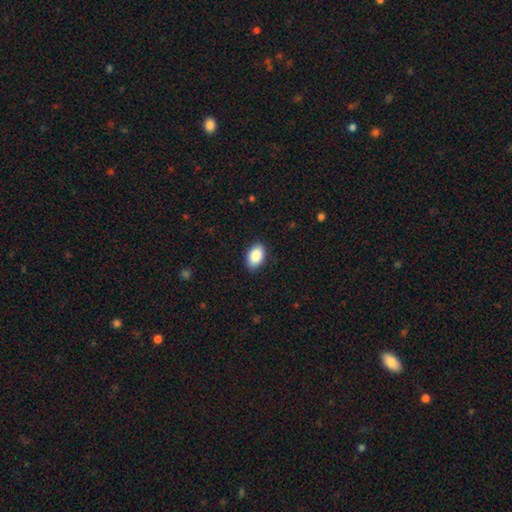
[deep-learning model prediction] Q: Smooth or featured?
A: smooth (89%); runner-up: star or artifact (7%)
Q: How rounded?
A: in between (90%); runner-up: round (9%)
Q: Merging?
A: none (87%); runner-up: minor disturbance (10%)